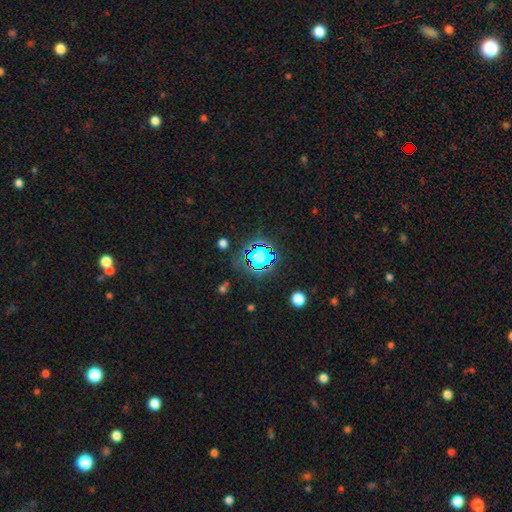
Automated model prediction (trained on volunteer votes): Q: Smooth or featured?
A: star or artifact (80%); runner-up: smooth (13%)